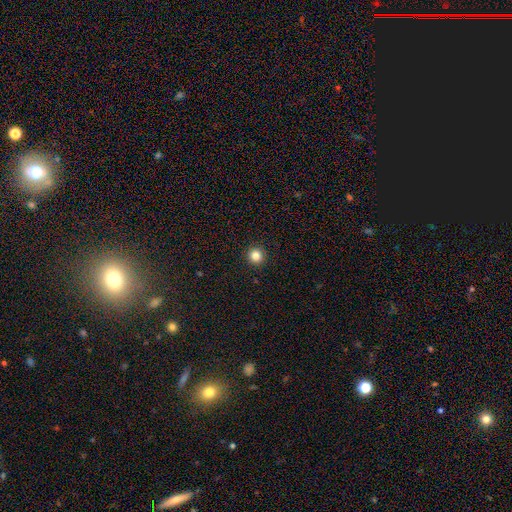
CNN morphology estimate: This is clearly a smooth galaxy (83%). How rounded: clearly round (95%). Merging: clearly none (94%).